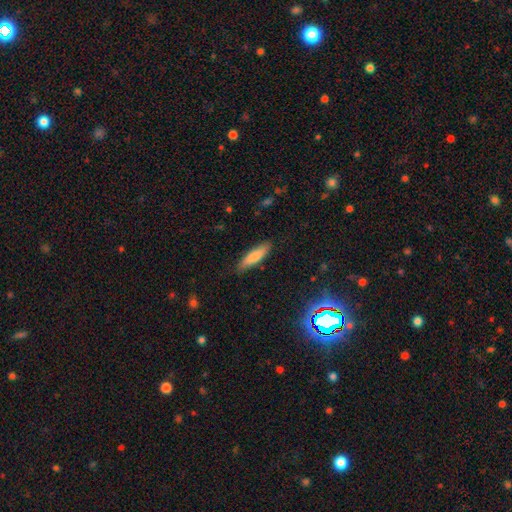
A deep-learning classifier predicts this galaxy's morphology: Smooth or featured: smooth — 82% (featured or disk — 11%)
How rounded: cigar-shaped — 71% (in between — 27%)
Merging: none — 85% (minor disturbance — 11%)